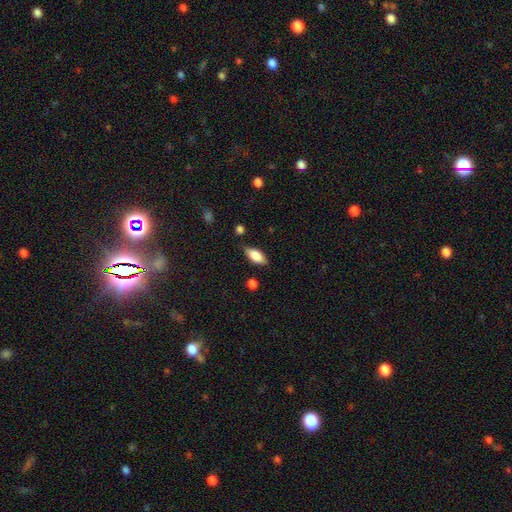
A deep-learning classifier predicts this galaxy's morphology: smooth_or_featured: smooth (p=0.79) [alt: featured or disk p=0.14]
how_rounded: in between (p=0.84) [alt: cigar-shaped p=0.14]
merging: none (p=0.80) [alt: minor disturbance p=0.15]